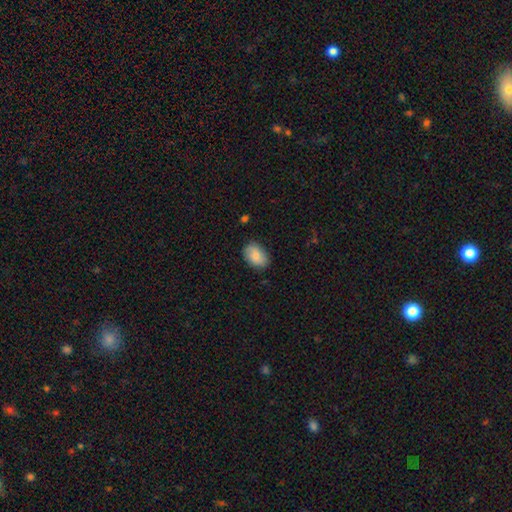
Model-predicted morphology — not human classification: smooth-or-featured: smooth: 83% | featured or disk: 11% | star or artifact: 7%
  how-rounded: in between: 87% | round: 12% | cigar-shaped: 1%
  merging: none: 82% | minor disturbance: 14% | major disturbance: 3% | merger: 1%